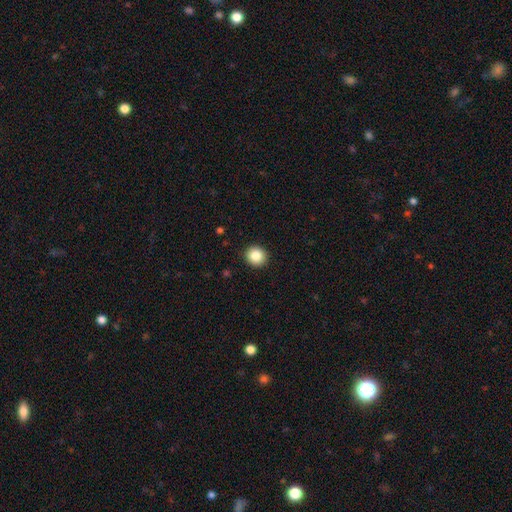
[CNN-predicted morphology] smooth_or_featured: smooth (p=0.85) [alt: star or artifact p=0.09]
how_rounded: round (p=0.91) [alt: in between p=0.08]
merging: none (p=0.92) [alt: minor disturbance p=0.05]